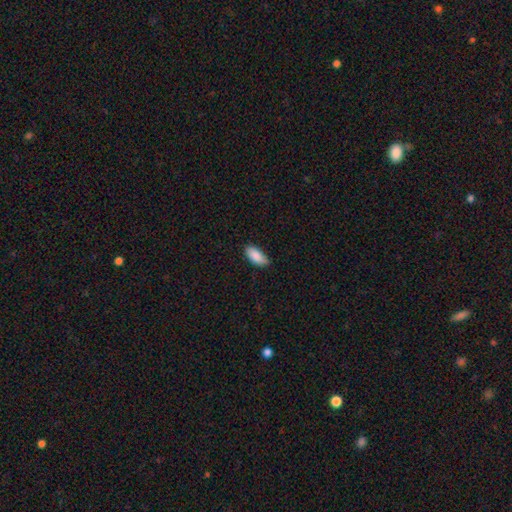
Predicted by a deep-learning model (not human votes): Smooth or featured?
  - smooth: 89% *
  - star or artifact: 6%
  - featured or disk: 5%
How rounded?
  - in between: 90% *
  - cigar-shaped: 9%
  - round: 2%
Merging?
  - none: 76% *
  - minor disturbance: 20%
  - major disturbance: 3%
  - merger: 1%